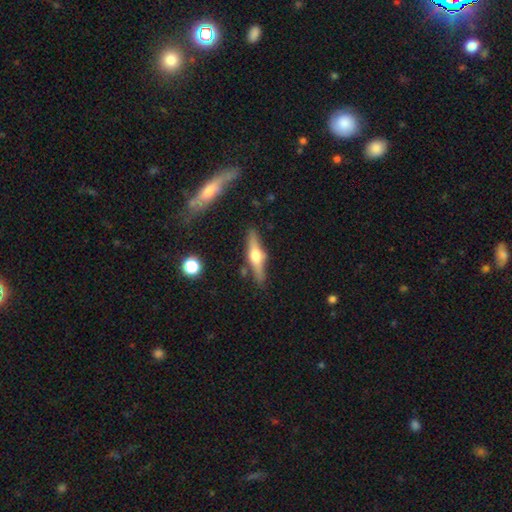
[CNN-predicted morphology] smooth-or-featured: featured or disk: 65% | smooth: 28% | star or artifact: 6%
  disk-edge-on: yes: 96% | no: 4%
    edge-on-bulge: rounded: 93% | boxy: 5% | none: 2%
  merging: none: 84% | minor disturbance: 10% | merger: 3% | major disturbance: 2%